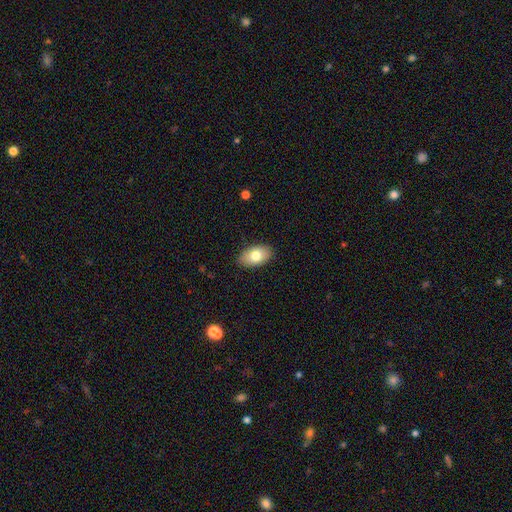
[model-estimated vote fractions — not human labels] smooth_or_featured: smooth (p=0.77) [alt: featured or disk p=0.16]
how_rounded: in between (p=0.92) [alt: round p=0.06]
merging: none (p=0.88) [alt: minor disturbance p=0.09]